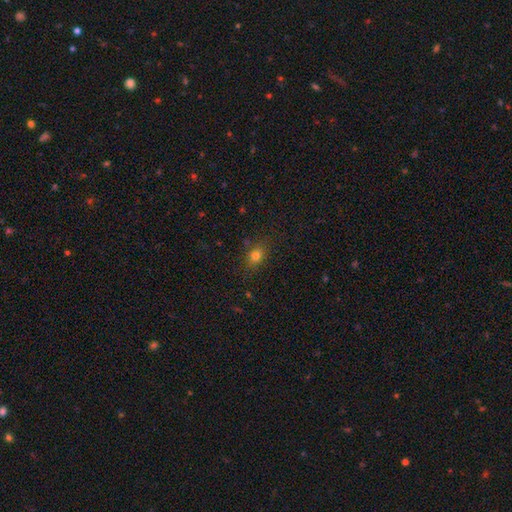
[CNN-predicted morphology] This is likely a smooth galaxy (76%). How rounded: possibly in between (58%). Merging: clearly none (80%).